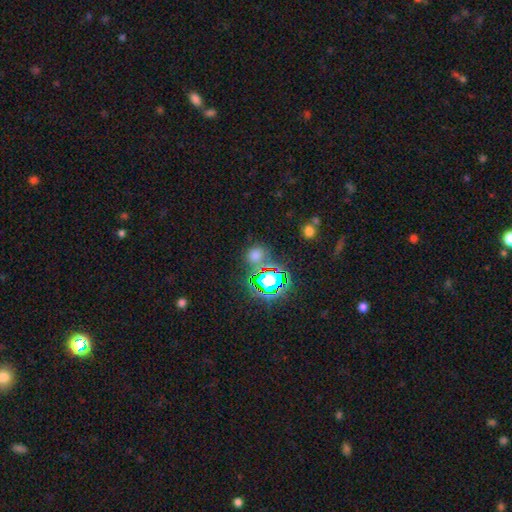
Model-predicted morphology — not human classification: A smooth galaxy with no disk features (52%) that is round (73%). Merging: none (74%).